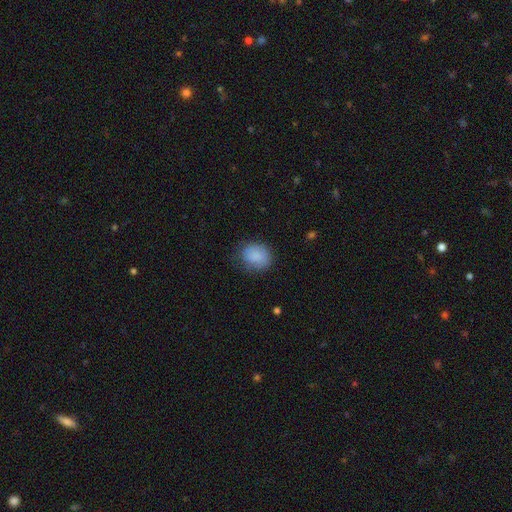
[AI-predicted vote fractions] Smooth or featured?
  - smooth: 85% *
  - star or artifact: 7%
  - featured or disk: 7%
How rounded?
  - round: 60% *
  - in between: 39%
  - cigar-shaped: 1%
Merging?
  - none: 71% *
  - minor disturbance: 21%
  - major disturbance: 7%
  - merger: 1%